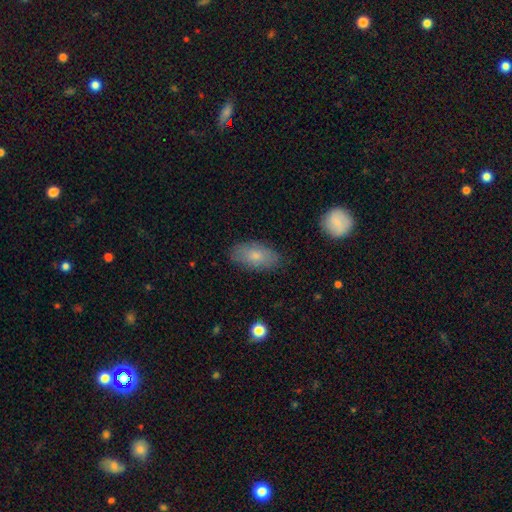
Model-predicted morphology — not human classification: smooth-or-featured: smooth: 75% | featured or disk: 19% | star or artifact: 7%
  how-rounded: in between: 91% | cigar-shaped: 5% | round: 4%
  merging: none: 82% | minor disturbance: 14% | major disturbance: 3% | merger: 1%